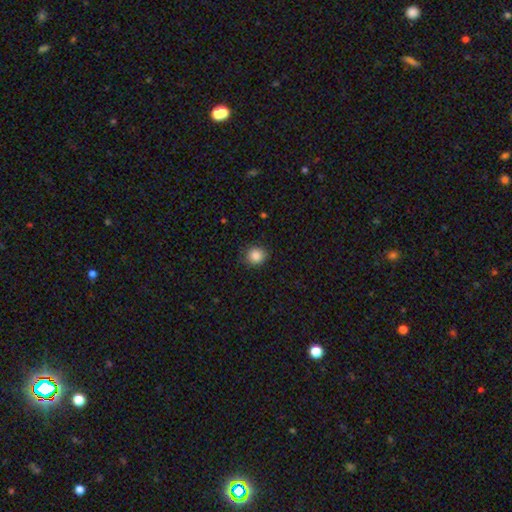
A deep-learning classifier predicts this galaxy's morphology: type=smooth (87%); roundness=round (86%); merging=none (86%).